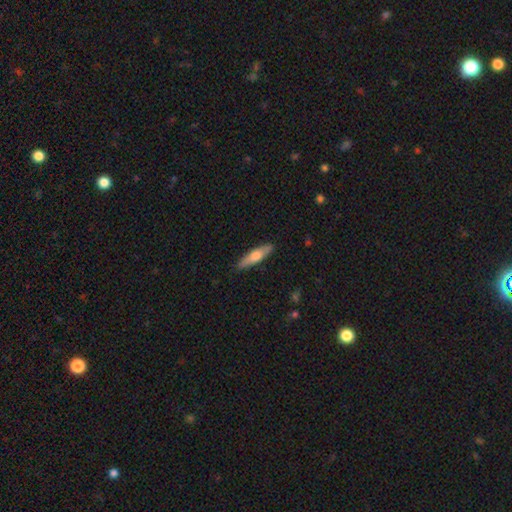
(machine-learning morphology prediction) A smooth galaxy with no disk features (60%) that is cigar-shaped (75%). Merging: none (87%).